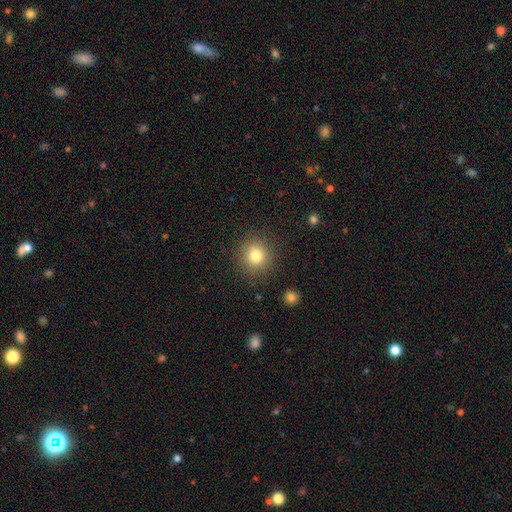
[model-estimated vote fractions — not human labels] Smooth or featured? smooth (80%)
How rounded? round (91%)
Merging? none (88%)